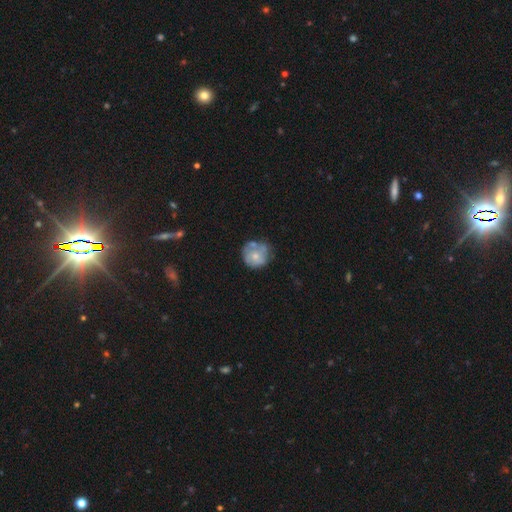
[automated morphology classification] Smooth or featured? Predicted: smooth (p=0.52). How rounded? Predicted: round (p=0.86). Merging? Predicted: none (p=0.52).